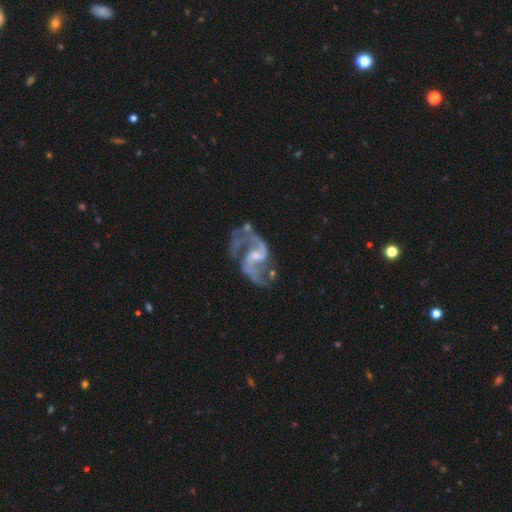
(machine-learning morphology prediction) type=featured or disk (93%); edge-on=no (98%); bar=weak (56%); spiral arms=yes (98%); winding=loose (47%); arm count=2 (91%); bulge=small (56%); merging=none (58%).